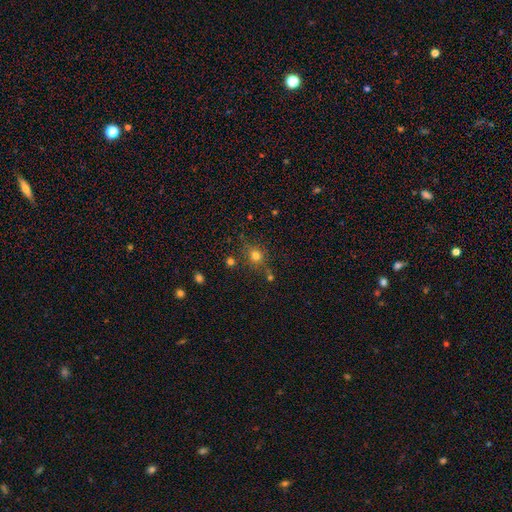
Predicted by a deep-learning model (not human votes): Q: Smooth or featured?
A: smooth (74%); runner-up: star or artifact (17%)
Q: How rounded?
A: round (86%); runner-up: in between (13%)
Q: Merging?
A: none (75%); runner-up: minor disturbance (12%)